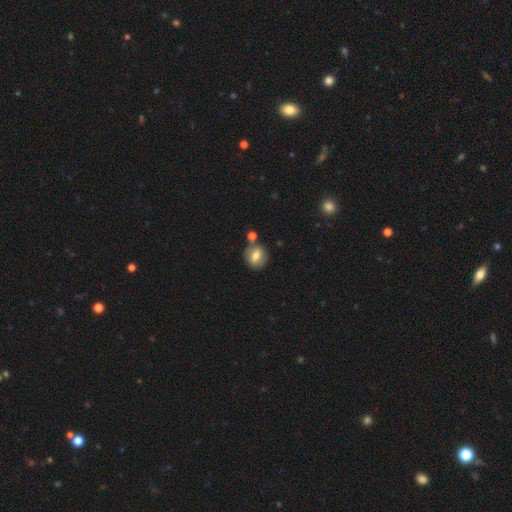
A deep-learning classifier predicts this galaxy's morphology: smooth 66%, featured or disk 26%, star or artifact 8%. Down the decision tree: how rounded — round (66%); merging — none (68%).